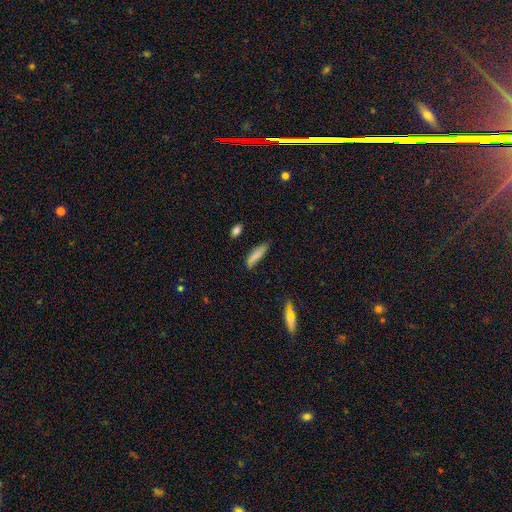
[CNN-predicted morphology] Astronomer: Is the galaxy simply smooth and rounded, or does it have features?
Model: smooth — 83%.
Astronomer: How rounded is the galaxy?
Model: cigar-shaped — 61% (runner-up: in between, 38%).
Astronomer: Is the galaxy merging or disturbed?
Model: none — 72%.